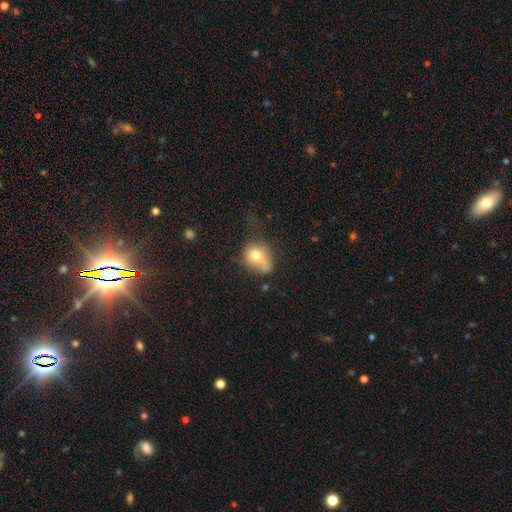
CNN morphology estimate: Q: Smooth or featured?
A: smooth (68%); runner-up: featured or disk (22%)
Q: How rounded?
A: round (51%); runner-up: in between (47%)
Q: Merging?
A: none (35%); runner-up: minor disturbance (30%)